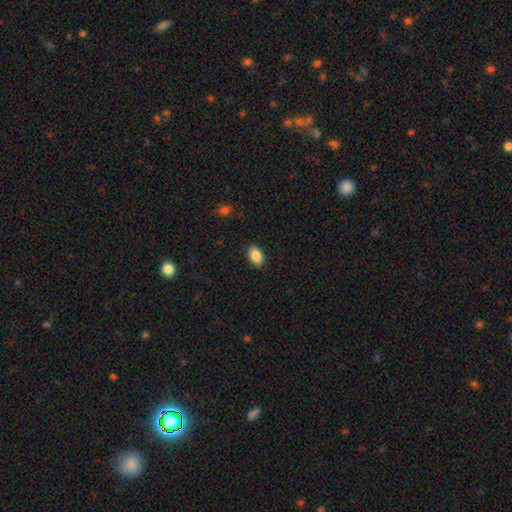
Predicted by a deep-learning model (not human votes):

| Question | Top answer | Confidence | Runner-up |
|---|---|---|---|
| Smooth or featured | smooth | 87% | star or artifact (8%) |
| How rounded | in between | 91% | round (7%) |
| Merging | none | 88% | minor disturbance (9%) |